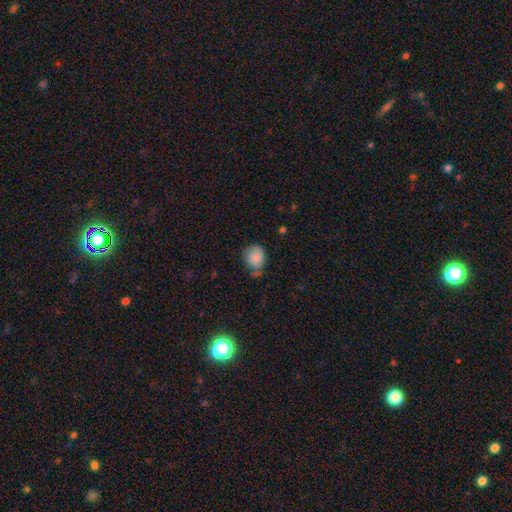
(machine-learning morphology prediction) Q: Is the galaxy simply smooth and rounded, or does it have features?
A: smooth — 82%.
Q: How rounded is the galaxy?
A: round — 62%.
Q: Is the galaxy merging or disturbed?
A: none — 53%.